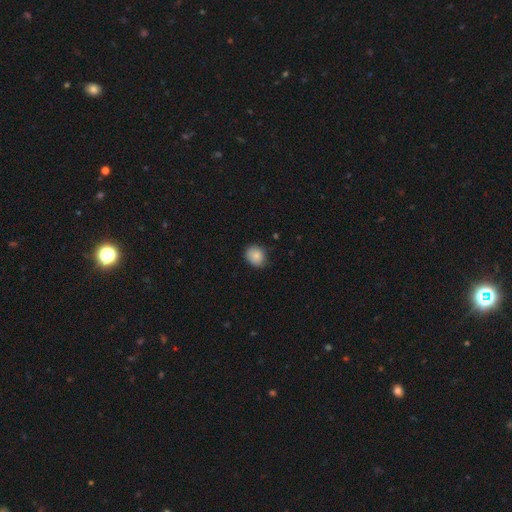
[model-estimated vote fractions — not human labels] The model was most divided on "how rounded": round: 62%, in between: 37%, cigar-shaped: 1%. More confident: smooth or featured — smooth (85%); merging — none (78%).